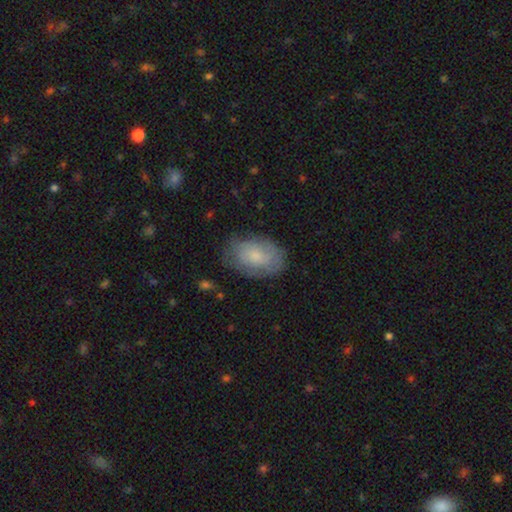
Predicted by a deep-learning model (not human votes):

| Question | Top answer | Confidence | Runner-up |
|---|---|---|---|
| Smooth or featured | smooth | 66% | featured or disk (27%) |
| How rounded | in between | 87% | round (11%) |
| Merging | none | 71% | minor disturbance (21%) |